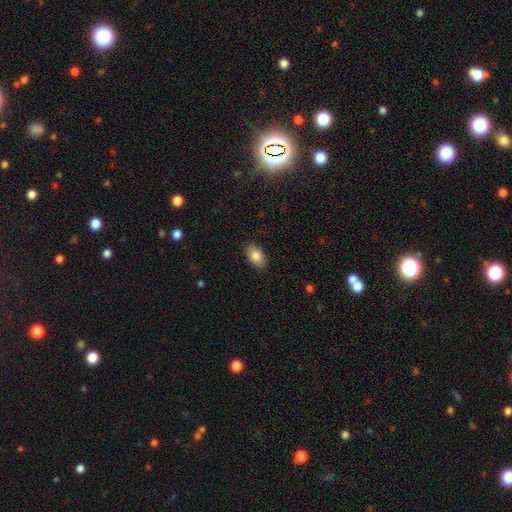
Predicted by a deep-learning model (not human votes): Smooth or featured? Predicted: smooth (p=0.82). How rounded? Predicted: in between (p=0.91). Merging? Predicted: none (p=0.86).